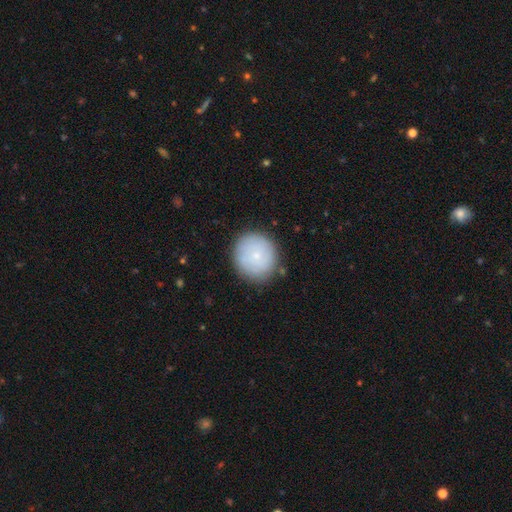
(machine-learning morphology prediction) type=smooth (71%); roundness=round (88%); merging=none (82%).